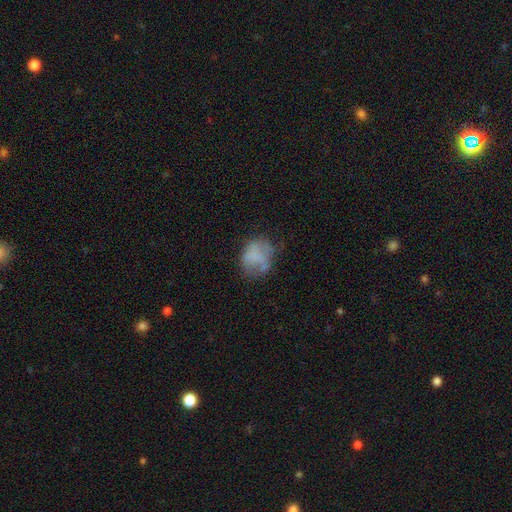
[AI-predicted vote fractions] Smooth or featured?
  - smooth: 59% *
  - featured or disk: 30%
  - star or artifact: 11%
How rounded?
  - round: 51% *
  - in between: 48%
  - cigar-shaped: 1%
Merging?
  - none: 45% *
  - minor disturbance: 29%
  - major disturbance: 22%
  - merger: 5%